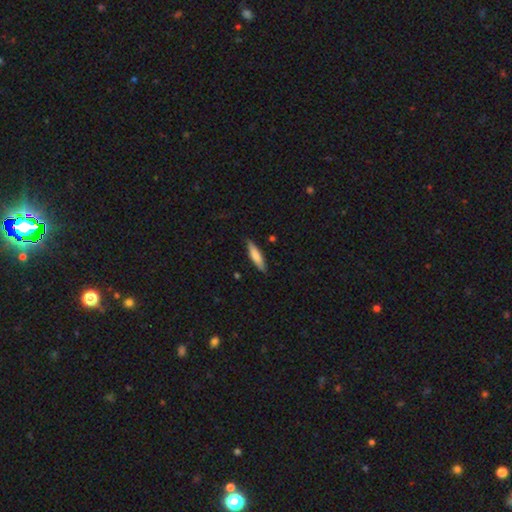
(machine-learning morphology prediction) type=smooth (72%); roundness=cigar-shaped (79%); merging=none (86%).